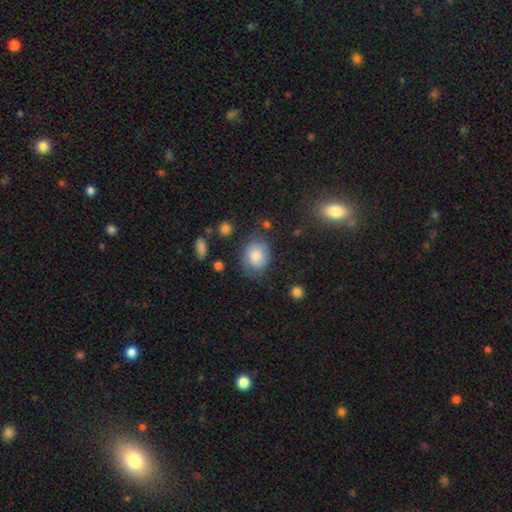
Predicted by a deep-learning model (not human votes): Q: Smooth or featured?
A: smooth (68%); runner-up: featured or disk (23%)
Q: How rounded?
A: in between (51%); runner-up: round (48%)
Q: Merging?
A: none (69%); runner-up: minor disturbance (21%)